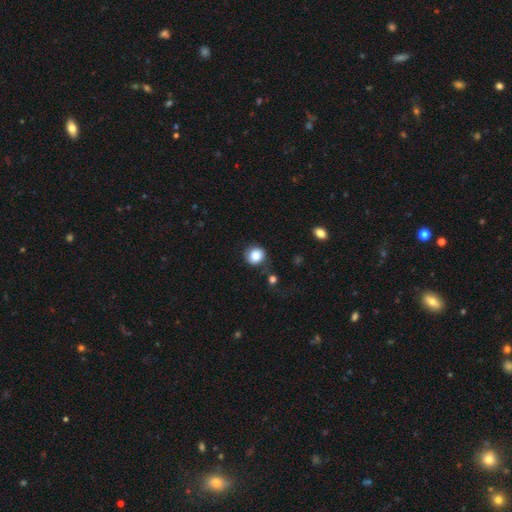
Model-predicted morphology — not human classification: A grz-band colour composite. It shows a smooth galaxy with no disk features (83%) that is round (85%). Merging: none (74%).